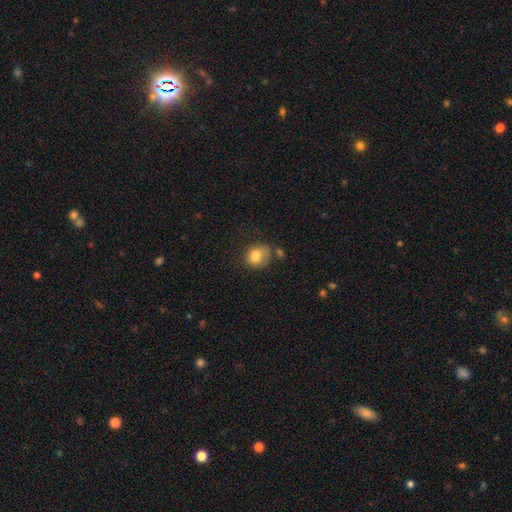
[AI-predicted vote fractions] Overall: smooth (79%). How rounded: round (65%; in between 34%). Merging: none (47%; minor disturbance 27%).